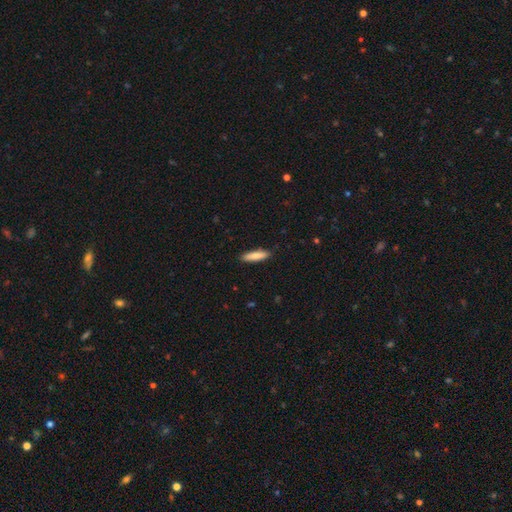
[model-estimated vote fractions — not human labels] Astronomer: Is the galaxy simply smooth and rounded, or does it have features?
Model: smooth — 83%.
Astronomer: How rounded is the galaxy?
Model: cigar-shaped — 75%.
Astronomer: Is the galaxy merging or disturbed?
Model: none — 89%.